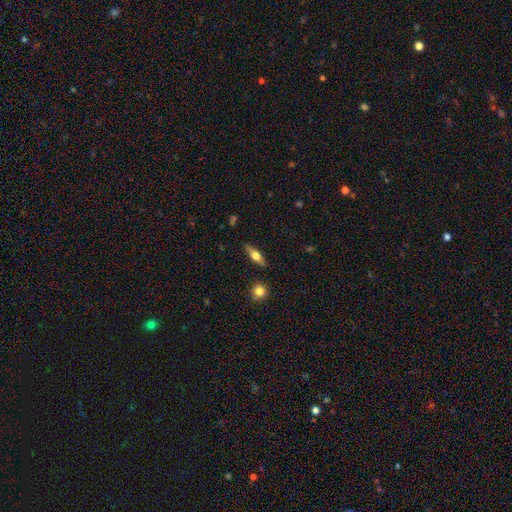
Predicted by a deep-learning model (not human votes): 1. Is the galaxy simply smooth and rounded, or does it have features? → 47% featured or disk, 46% smooth, 7% star or artifact.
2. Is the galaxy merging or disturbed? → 86% none, 9% minor disturbance, 2% major disturbance, 2% merger.